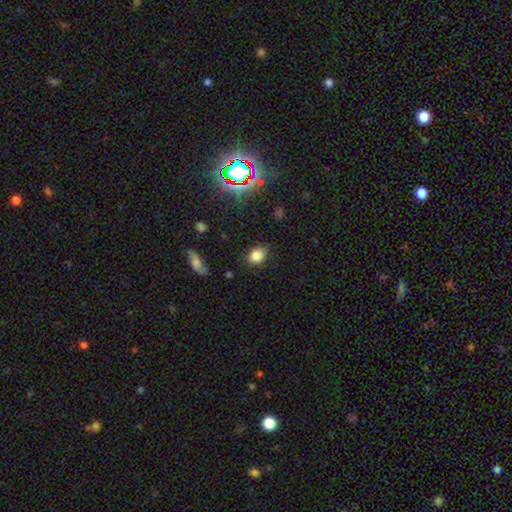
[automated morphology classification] smooth 83%, star or artifact 12%, featured or disk 6%. Down the decision tree: how rounded — in between (67%); merging — none (77%).